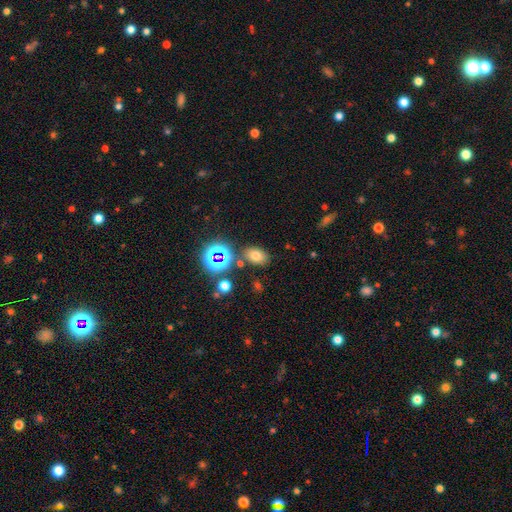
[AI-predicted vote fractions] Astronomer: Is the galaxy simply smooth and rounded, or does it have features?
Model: smooth — 69%.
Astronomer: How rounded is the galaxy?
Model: in between — 76%.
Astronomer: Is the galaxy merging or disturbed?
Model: none — 78%.